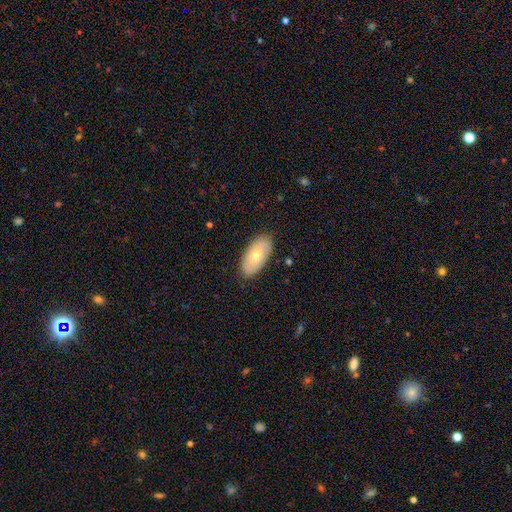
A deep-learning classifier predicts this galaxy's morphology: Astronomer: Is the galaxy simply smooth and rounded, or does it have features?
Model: smooth — 61%.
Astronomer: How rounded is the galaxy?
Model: in between — 93%.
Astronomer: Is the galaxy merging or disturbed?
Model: none — 86%.